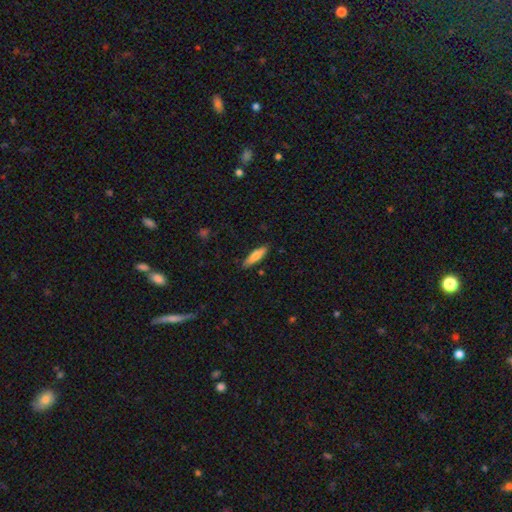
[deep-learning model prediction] Q: Smooth or featured?
A: smooth (77%); runner-up: featured or disk (18%)
Q: How rounded?
A: cigar-shaped (71%); runner-up: in between (27%)
Q: Merging?
A: none (86%); runner-up: minor disturbance (11%)